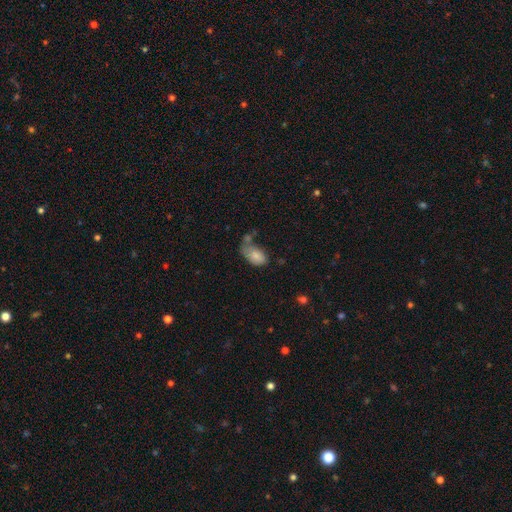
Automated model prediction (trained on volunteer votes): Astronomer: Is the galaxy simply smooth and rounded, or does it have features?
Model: smooth — 81%.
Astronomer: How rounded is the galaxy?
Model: in between — 92%.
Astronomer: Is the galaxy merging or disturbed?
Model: none — 36% (runner-up: minor disturbance, 26%).